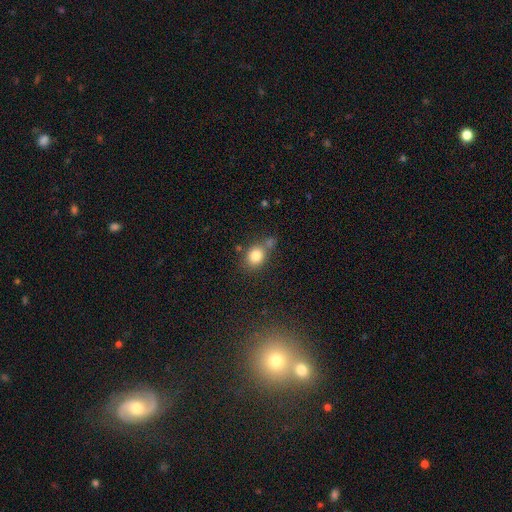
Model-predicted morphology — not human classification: This appears to be a smooth galaxy with no disk features (82%) that is round (63%). Merging: none (58%).